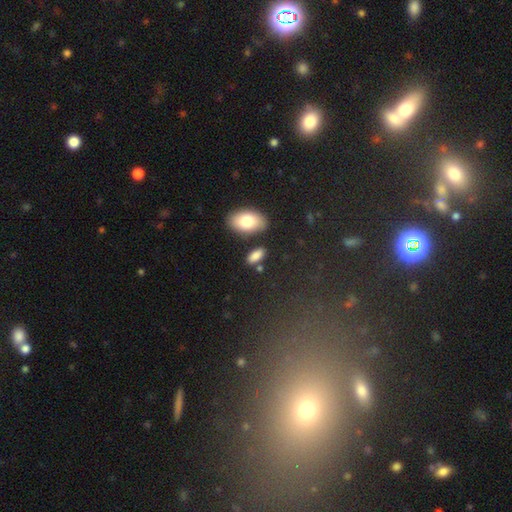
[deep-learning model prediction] A smooth galaxy with no disk features (84%) that is in between round and cigar-shaped (86%).

Vote fractions:
- Smooth or featured? smooth: 84% / featured or disk: 9% / star or artifact: 8%
- How rounded? in between: 86% / cigar-shaped: 10% / round: 5%
- Merging? none: 76% / minor disturbance: 12% / merger: 9% / major disturbance: 4%